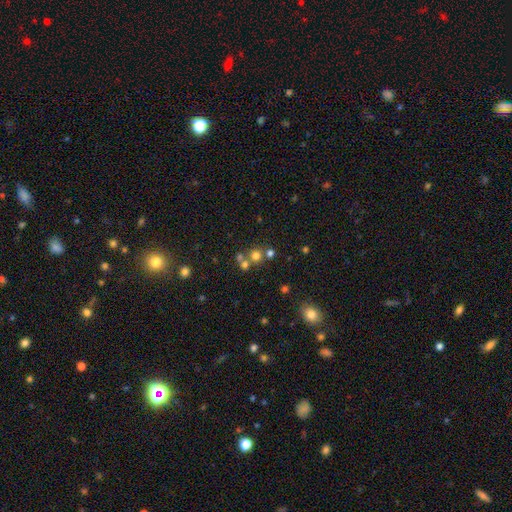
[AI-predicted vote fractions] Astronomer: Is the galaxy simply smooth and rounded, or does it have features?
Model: smooth — 65%.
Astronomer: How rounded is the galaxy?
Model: round — 89%.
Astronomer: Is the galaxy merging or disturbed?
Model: none — 58%.